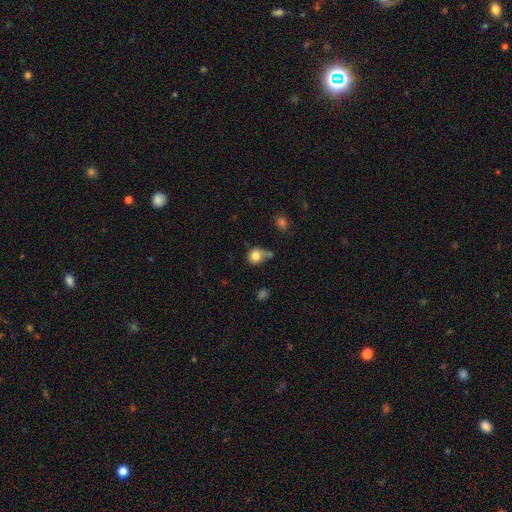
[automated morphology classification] smooth 81%, star or artifact 10%, featured or disk 9%. Down the decision tree: how rounded — round (80%); merging — none (47%).